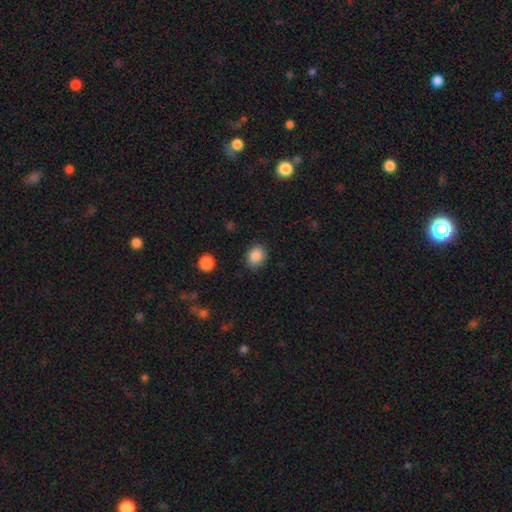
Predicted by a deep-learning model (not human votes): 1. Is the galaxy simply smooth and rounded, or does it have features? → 88% smooth, 9% star or artifact, 4% featured or disk.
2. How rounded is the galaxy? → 56% in between, 44% round, 1% cigar-shaped.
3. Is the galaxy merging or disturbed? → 84% none, 12% minor disturbance, 3% major disturbance, 1% merger.